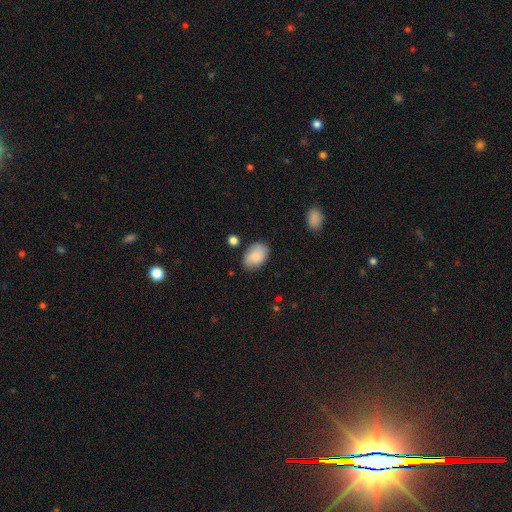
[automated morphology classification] type=smooth (85%); roundness=in between (88%); merging=none (78%).